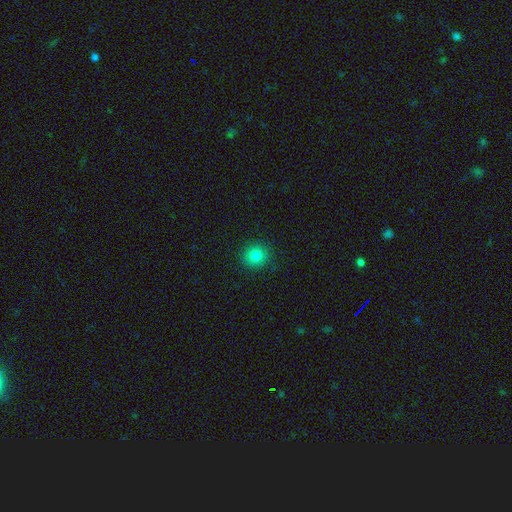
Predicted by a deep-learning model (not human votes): smooth 82%, star or artifact 12%, featured or disk 5%. Down the decision tree: how rounded — round (88%); merging — none (90%).